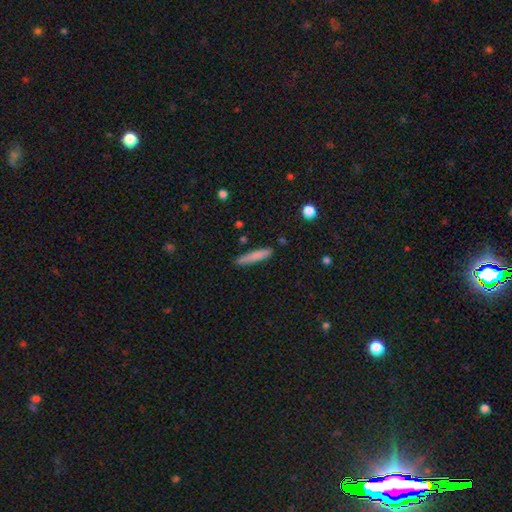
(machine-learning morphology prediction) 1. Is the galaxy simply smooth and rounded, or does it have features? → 79% smooth, 15% featured or disk, 6% star or artifact.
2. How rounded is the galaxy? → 92% cigar-shaped, 7% in between, 1% round.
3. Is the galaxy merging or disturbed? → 85% none, 11% minor disturbance, 2% merger, 2% major disturbance.